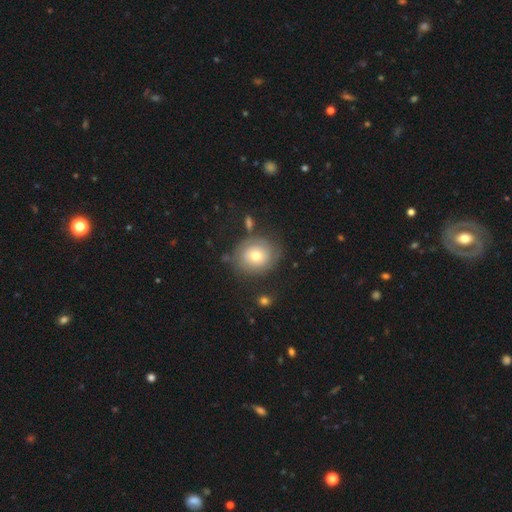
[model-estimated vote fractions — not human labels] Smooth or featured?
  - featured or disk: 52% *
  - smooth: 40%
  - star or artifact: 8%
Edge-on disk?
  - no: 96% *
  - yes: 4%
Bar?
  - no: 82% *
  - weak: 14%
  - strong: 3%
Spiral arms?
  - yes: 72% *
  - no: 28%
Bulge size?
  - moderate: 71% *
  - small: 19%
  - large: 8%
  - dominant: 1%
  - none: 1%
Merging?
  - none: 72% *
  - minor disturbance: 16%
  - major disturbance: 8%
  - merger: 4%